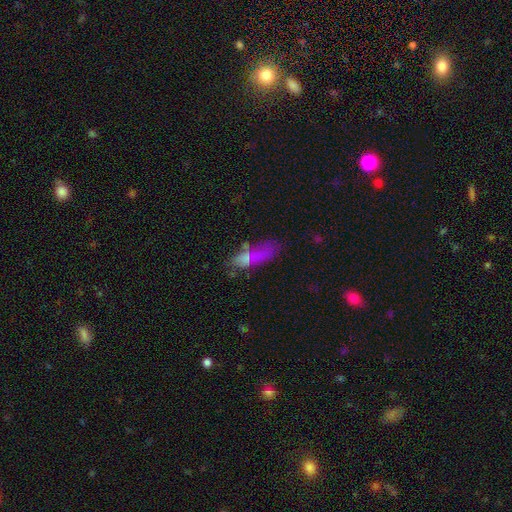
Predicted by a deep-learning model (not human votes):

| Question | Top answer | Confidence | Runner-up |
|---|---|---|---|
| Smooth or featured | smooth | 63% | featured or disk (21%) |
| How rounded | in between | 60% | cigar-shaped (35%) |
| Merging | none | 43% | minor disturbance (22%) |